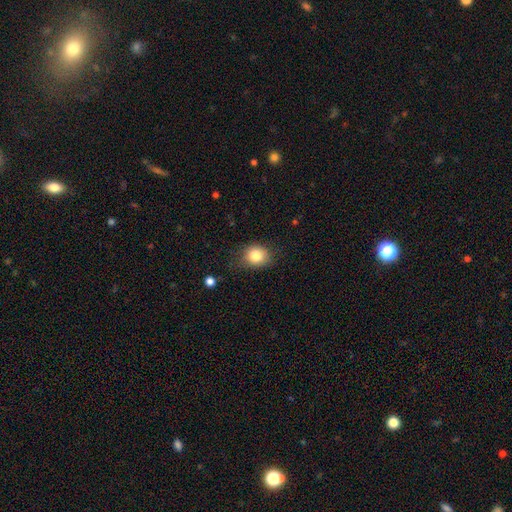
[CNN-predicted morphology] Smooth or featured? smooth (82%)
How rounded? round (64%)
Merging? none (75%)